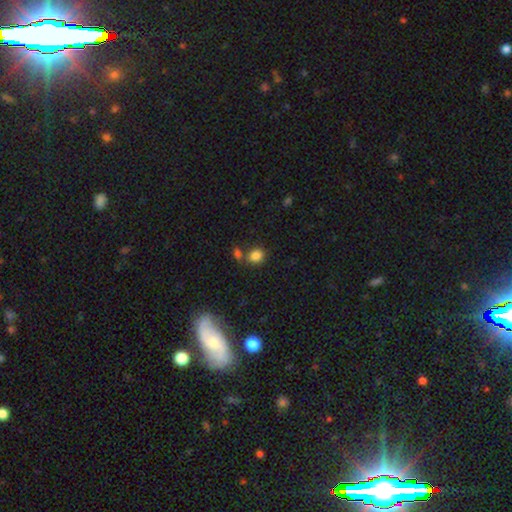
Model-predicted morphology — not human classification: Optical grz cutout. It shows a smooth galaxy with no disk features (83%) that is round (65%). Merging: none (65%).